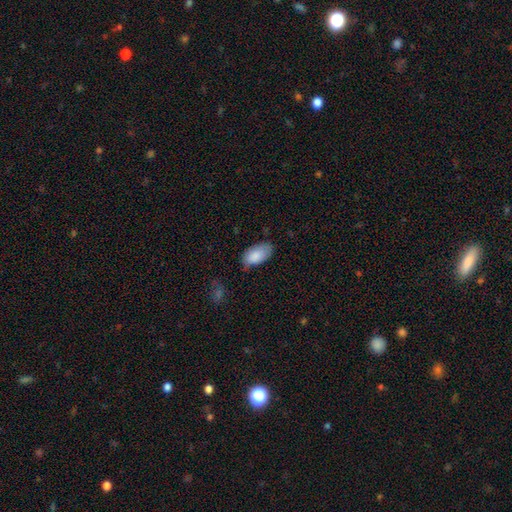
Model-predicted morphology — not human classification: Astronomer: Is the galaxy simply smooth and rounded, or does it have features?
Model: smooth — 86%.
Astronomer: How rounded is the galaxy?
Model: in between — 95%.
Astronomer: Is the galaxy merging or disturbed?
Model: none — 59%.